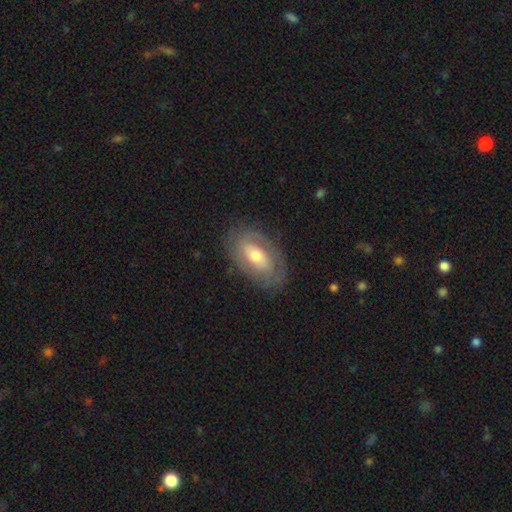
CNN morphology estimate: This is likely a featured or disk galaxy (69%). It is clearly not viewed edge-on (93%). Bar: possibly no (56%). Spiral arm pattern: likely yes (75%). Central bulge: likely moderate (64%). Merging: likely none (77%).